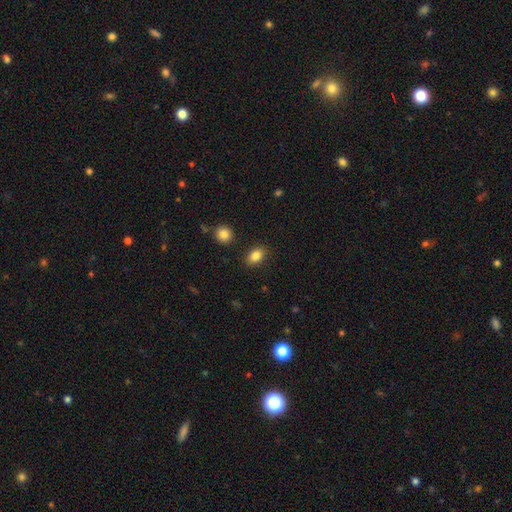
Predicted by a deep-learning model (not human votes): A smooth galaxy with no disk features (85%) that is in between round and cigar-shaped (79%).

Vote fractions:
- Smooth or featured? smooth: 85% / star or artifact: 9% / featured or disk: 6%
- How rounded? in between: 79% / round: 20% / cigar-shaped: 2%
- Merging? none: 87% / minor disturbance: 9% / major disturbance: 2% / merger: 2%